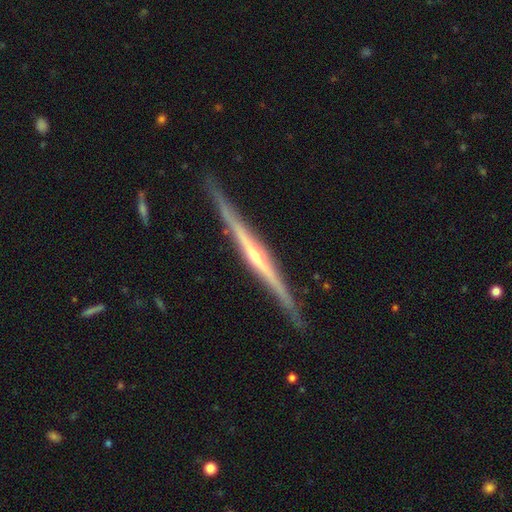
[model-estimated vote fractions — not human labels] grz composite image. It shows a featured or disk galaxy (85%) viewed edge-on (98%) with a rounded central bulge (67%). Merging: none (88%).